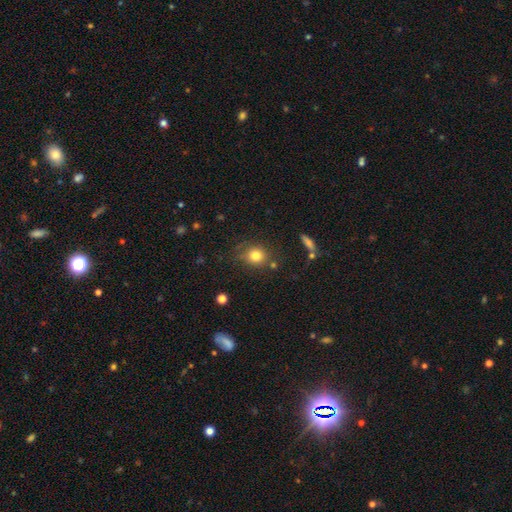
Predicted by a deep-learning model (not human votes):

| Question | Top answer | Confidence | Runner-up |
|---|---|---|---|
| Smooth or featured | smooth | 79% | star or artifact (12%) |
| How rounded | round | 78% | in between (21%) |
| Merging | none | 70% | minor disturbance (17%) |